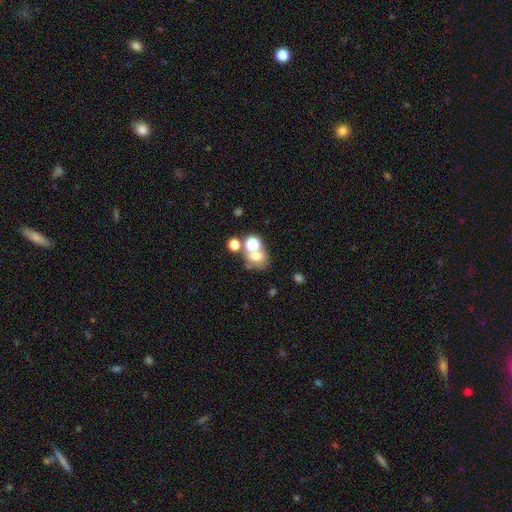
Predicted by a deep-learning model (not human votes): Q: Smooth or featured?
A: smooth (62%); runner-up: star or artifact (20%)
Q: How rounded?
A: round (52%); runner-up: in between (46%)
Q: Merging?
A: none (42%); runner-up: merger (41%)